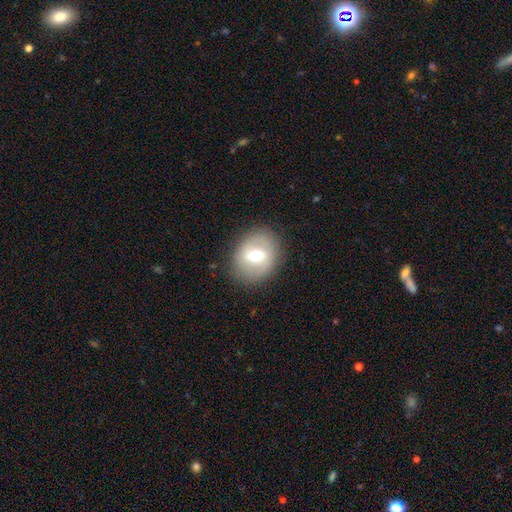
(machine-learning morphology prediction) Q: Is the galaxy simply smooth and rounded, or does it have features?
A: smooth — 49%.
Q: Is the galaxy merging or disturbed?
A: none — 85%.